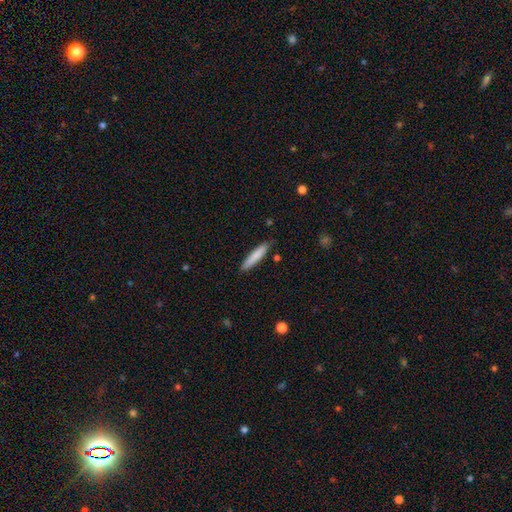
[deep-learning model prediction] Smooth or featured? Predicted: smooth (p=0.79). How rounded? Predicted: cigar-shaped (p=0.89). Merging? Predicted: none (p=0.84).